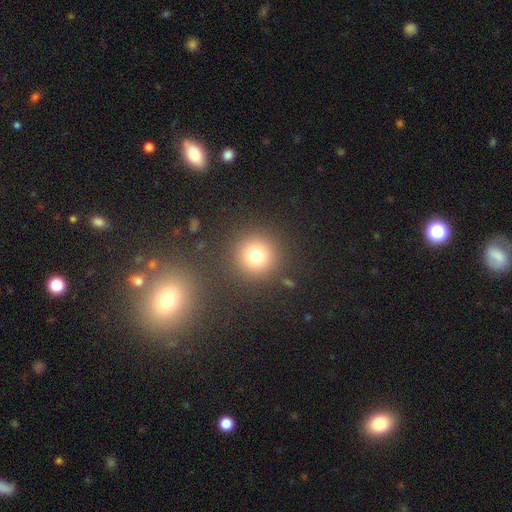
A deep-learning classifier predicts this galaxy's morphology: type=smooth (75%); roundness=round (94%); merging=none (87%).